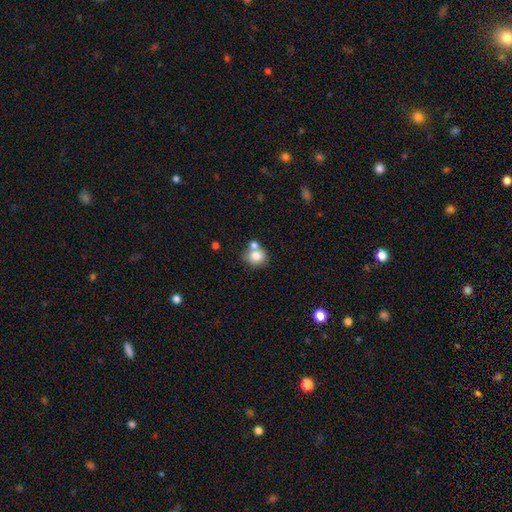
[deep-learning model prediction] Morphology: type=smooth (79%); roundness=round (75%); merging=none (51%).